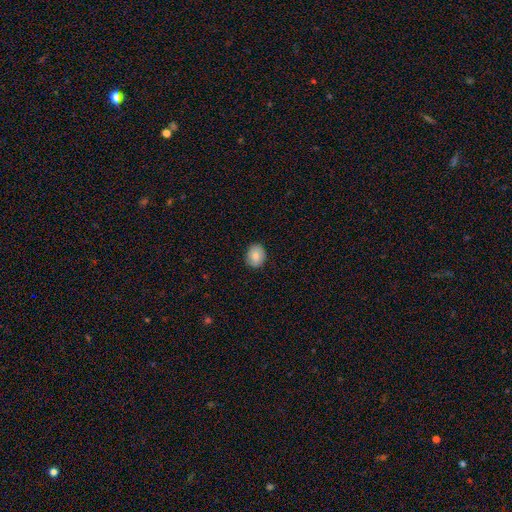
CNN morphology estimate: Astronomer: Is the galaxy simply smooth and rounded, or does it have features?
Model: smooth — 83%.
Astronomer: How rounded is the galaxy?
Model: round — 56% (runner-up: in between, 44%).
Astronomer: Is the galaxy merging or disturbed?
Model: none — 87%.